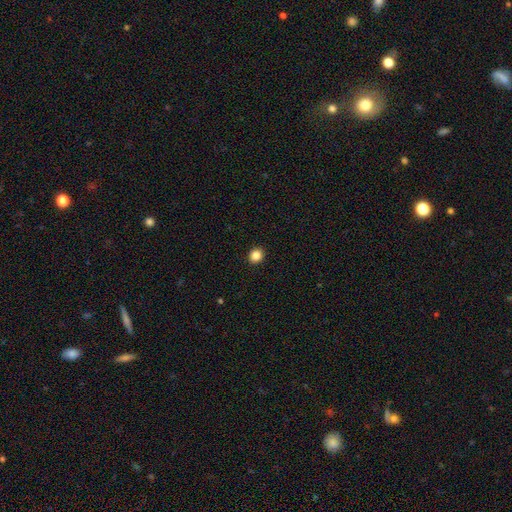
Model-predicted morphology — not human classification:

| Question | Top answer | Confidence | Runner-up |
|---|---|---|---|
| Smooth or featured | smooth | 86% | star or artifact (11%) |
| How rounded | round | 81% | in between (19%) |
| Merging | none | 93% | minor disturbance (5%) |